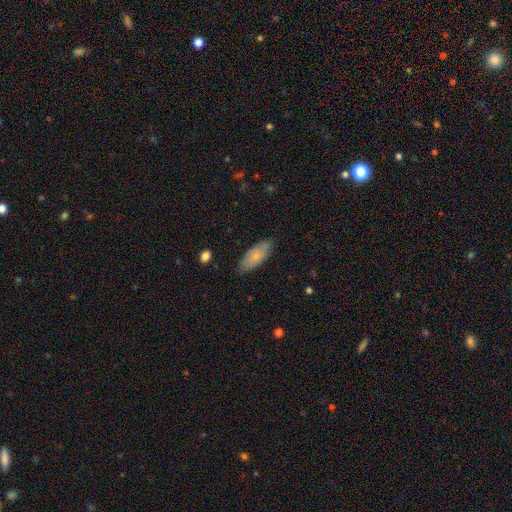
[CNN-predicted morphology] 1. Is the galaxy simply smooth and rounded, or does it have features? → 74% smooth, 20% featured or disk, 6% star or artifact.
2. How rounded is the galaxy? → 79% in between, 19% cigar-shaped, 2% round.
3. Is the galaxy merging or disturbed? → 83% none, 14% minor disturbance, 2% major disturbance, 1% merger.